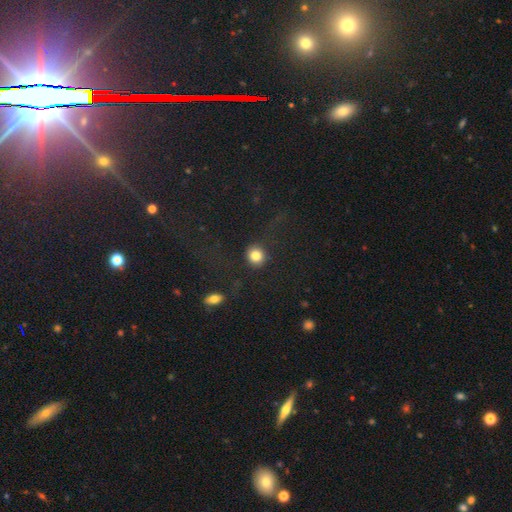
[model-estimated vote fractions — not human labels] smooth 83%, star or artifact 10%, featured or disk 7%. Down the decision tree: how rounded — round (87%); merging — none (86%).